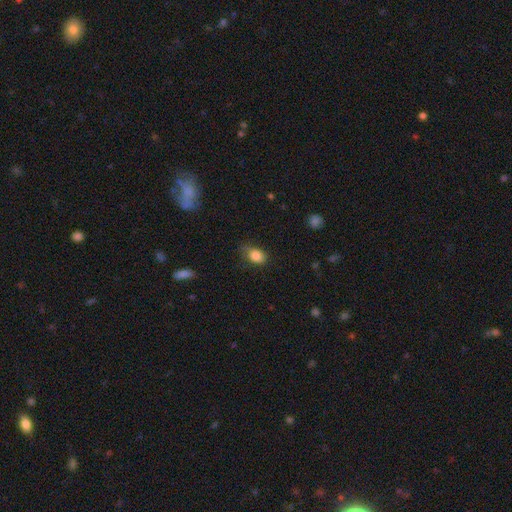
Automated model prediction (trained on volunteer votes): smooth-or-featured: smooth: 85% | star or artifact: 9% | featured or disk: 6%
  how-rounded: in between: 76% | round: 22% | cigar-shaped: 2%
  merging: none: 64% | minor disturbance: 28% | major disturbance: 7% | merger: 1%